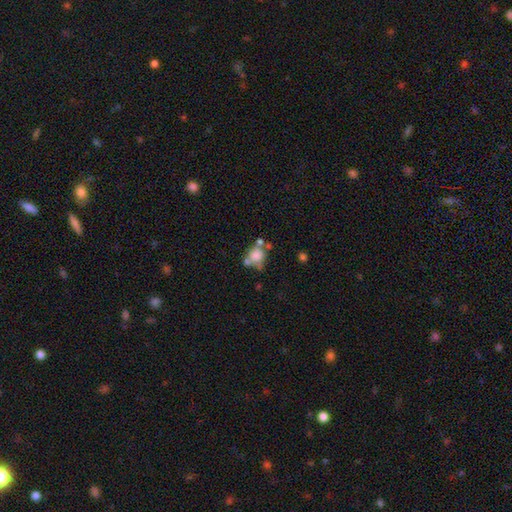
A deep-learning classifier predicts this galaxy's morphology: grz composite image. It shows a smooth galaxy with no disk features (69%) that is round (68%). Merging: none (39%).